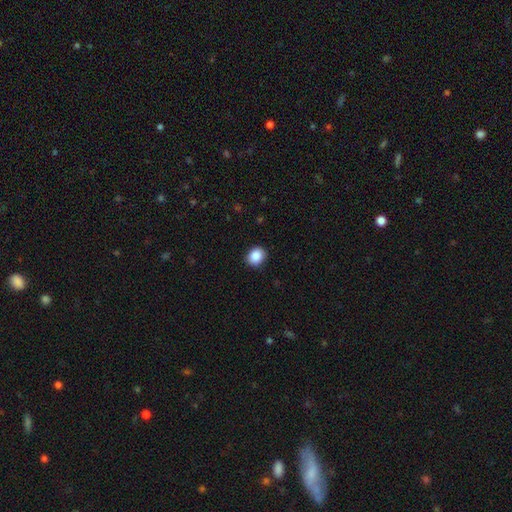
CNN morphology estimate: The model was most divided on "how rounded": round: 64%, in between: 35%, cigar-shaped: 1%. More confident: merging — none (89%); smooth or featured — smooth (88%).